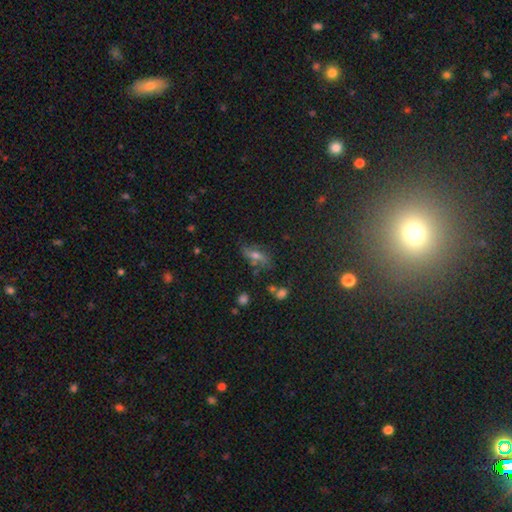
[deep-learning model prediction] Overall: smooth (39%; featured or disk 38%). Merging: none (60%; minor disturbance 21%).